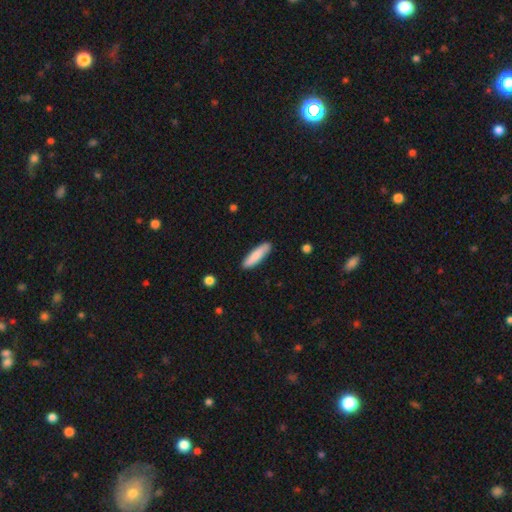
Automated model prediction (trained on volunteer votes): smooth 84%, featured or disk 11%, star or artifact 5%. Down the decision tree: how rounded — cigar-shaped (72%); merging — none (87%).